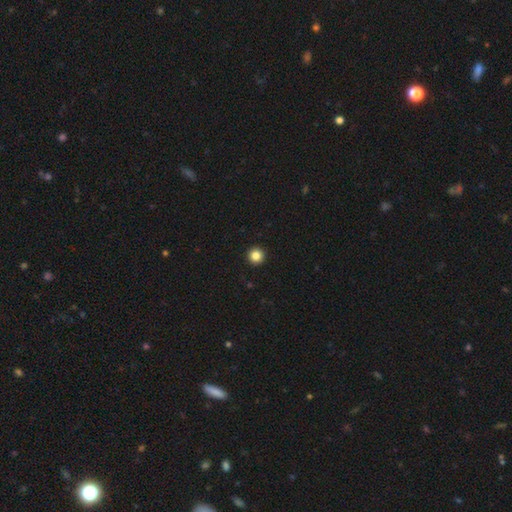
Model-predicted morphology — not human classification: smooth-or-featured: smooth: 85% | star or artifact: 11% | featured or disk: 4%
  how-rounded: round: 97% | in between: 2% | cigar-shaped: 1%
  merging: none: 95% | minor disturbance: 3% | major disturbance: 1% | merger: 1%